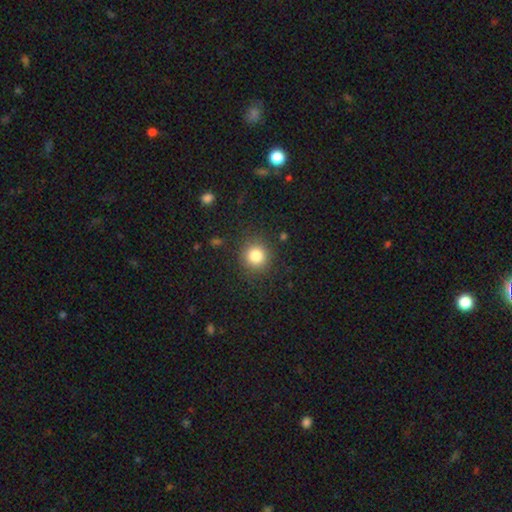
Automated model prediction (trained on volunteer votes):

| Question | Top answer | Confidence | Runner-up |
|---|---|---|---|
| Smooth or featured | smooth | 83% | star or artifact (11%) |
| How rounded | round | 92% | in between (7%) |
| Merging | none | 88% | minor disturbance (7%) |